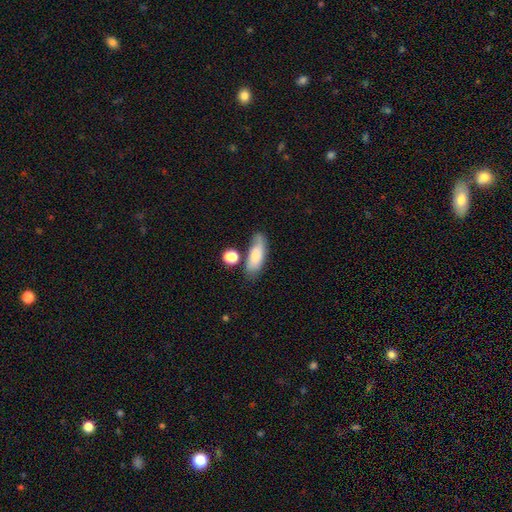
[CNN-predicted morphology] The model was most divided on "merging": none: 55%, minor disturbance: 22%, merger: 13%, major disturbance: 9%. More confident: how rounded — in between (74%); smooth or featured — smooth (71%).